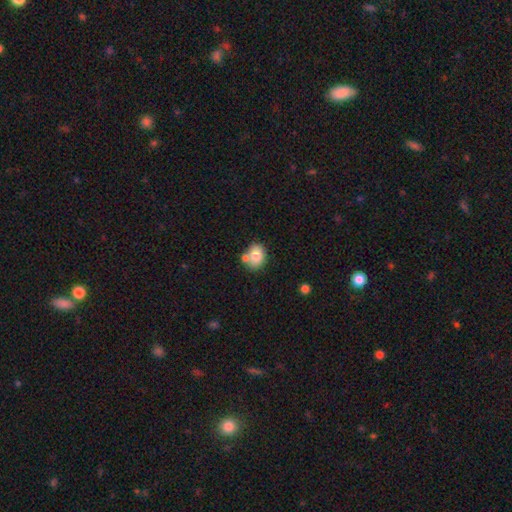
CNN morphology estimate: type=smooth (81%); roundness=in between (52%); merging=none (56%).